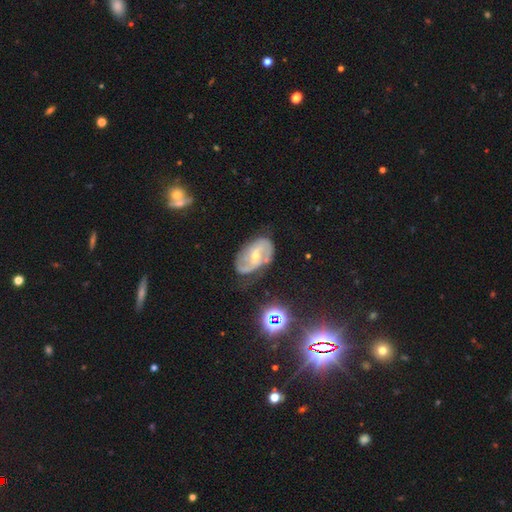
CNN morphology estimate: Q: Smooth or featured?
A: featured or disk (82%); runner-up: smooth (11%)
Q: Edge-on disk?
A: no (97%); runner-up: yes (3%)
Q: Bar?
A: weak (48%); runner-up: no (32%)
Q: Spiral arms?
A: yes (93%); runner-up: no (7%)
Q: Spiral winding?
A: medium (47%); runner-up: loose (30%)
Q: Spiral arm count?
A: 2 (82%); runner-up: can't tell (9%)
Q: Bulge size?
A: small (58%); runner-up: moderate (38%)
Q: Merging?
A: none (64%); runner-up: minor disturbance (23%)